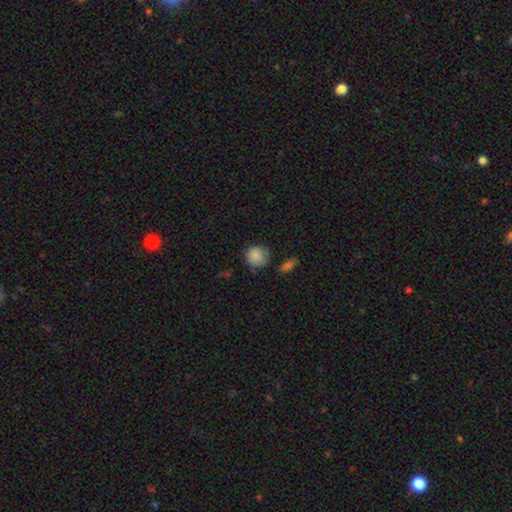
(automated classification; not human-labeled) A smooth galaxy with no disk features (85%) that is round (84%).

Vote fractions:
- Smooth or featured? smooth: 85% / star or artifact: 8% / featured or disk: 7%
- How rounded? round: 84% / in between: 15% / cigar-shaped: 1%
- Merging? none: 66% / minor disturbance: 25% / major disturbance: 6% / merger: 3%